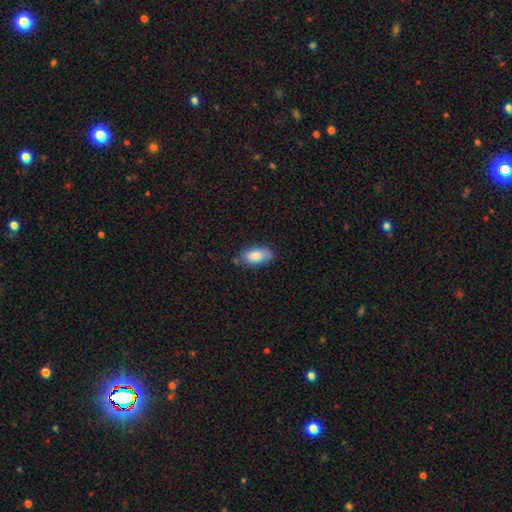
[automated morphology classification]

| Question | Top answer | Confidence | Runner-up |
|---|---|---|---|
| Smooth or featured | smooth | 85% | featured or disk (8%) |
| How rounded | in between | 92% | cigar-shaped (5%) |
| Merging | none | 71% | minor disturbance (22%) |